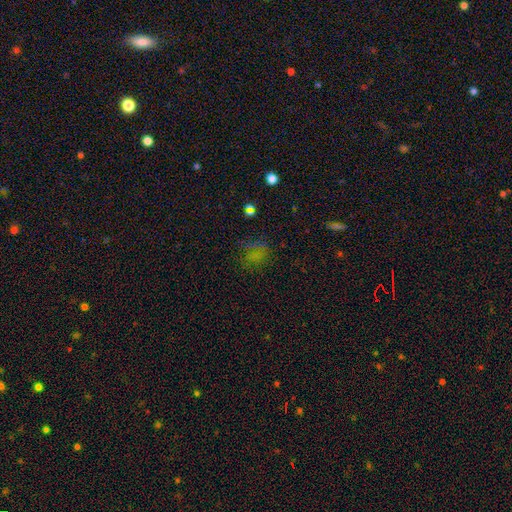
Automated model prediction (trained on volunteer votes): The model was most divided on "how rounded": round: 54%, in between: 44%, cigar-shaped: 2%. More confident: merging — none (62%); smooth or featured — smooth (57%).